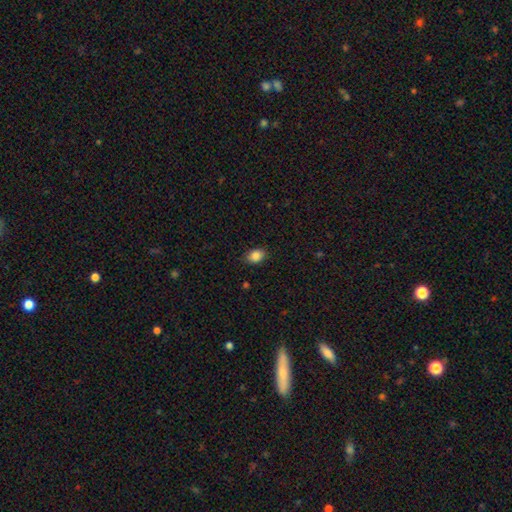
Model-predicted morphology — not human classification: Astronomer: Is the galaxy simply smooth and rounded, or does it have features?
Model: smooth — 86%.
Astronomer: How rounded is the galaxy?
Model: in between — 76%.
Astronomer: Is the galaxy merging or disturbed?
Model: none — 84%.